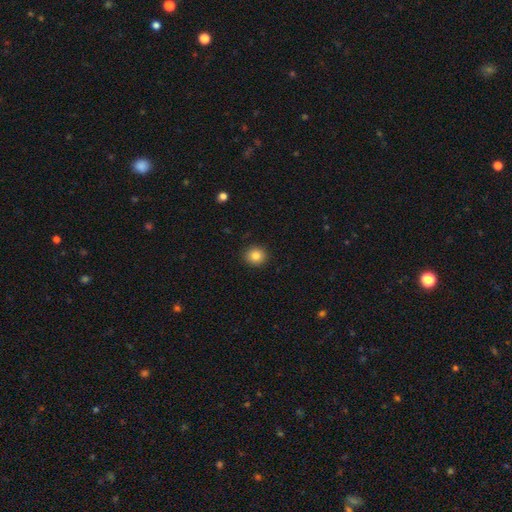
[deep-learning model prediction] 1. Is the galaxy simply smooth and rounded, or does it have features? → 84% smooth, 10% star or artifact, 6% featured or disk.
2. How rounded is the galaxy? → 85% round, 14% in between, 1% cigar-shaped.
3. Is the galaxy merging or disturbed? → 92% none, 6% minor disturbance, 2% major disturbance, 1% merger.